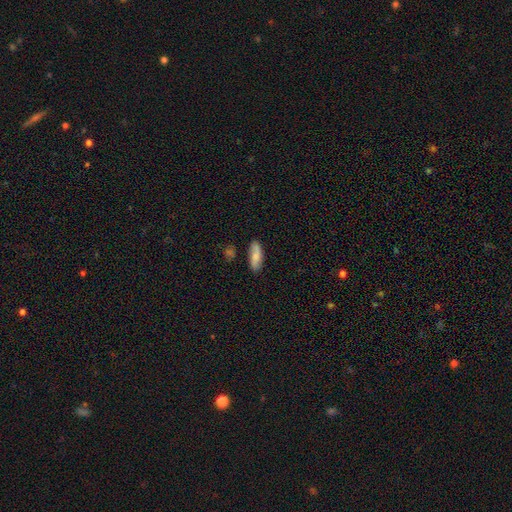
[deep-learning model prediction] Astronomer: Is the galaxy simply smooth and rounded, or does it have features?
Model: smooth — 75%.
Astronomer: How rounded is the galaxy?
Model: in between — 65%.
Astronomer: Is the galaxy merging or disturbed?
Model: none — 79%.